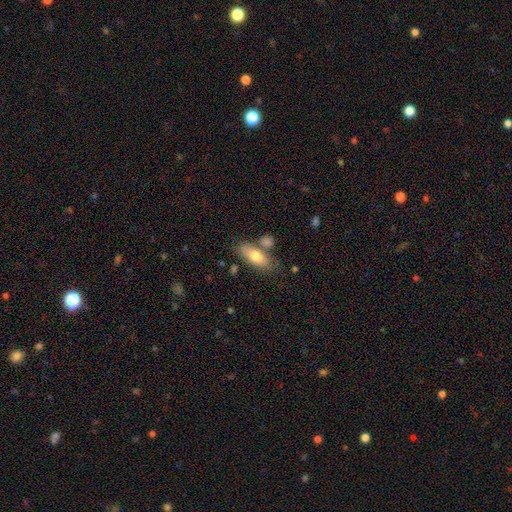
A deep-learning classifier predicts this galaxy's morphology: A smooth galaxy with no disk features (72%) that is in between round and cigar-shaped (79%). Merging: none (63%).